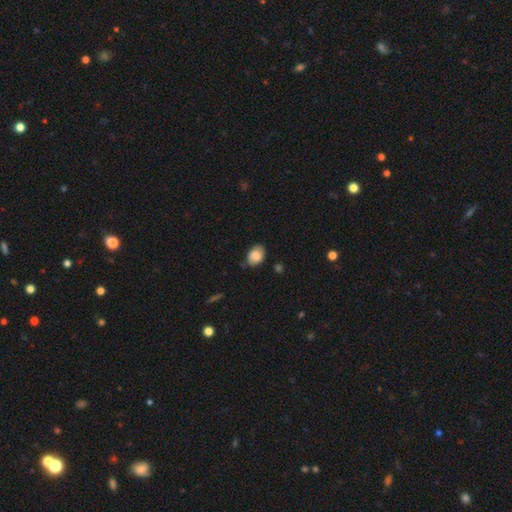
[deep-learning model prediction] A smooth galaxy with no disk features (80%) that is in between round and cigar-shaped (82%). Merging: none (72%).